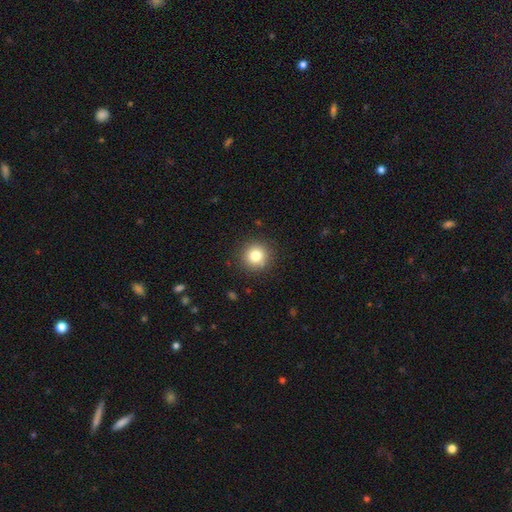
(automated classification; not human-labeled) A smooth galaxy with no disk features (81%) that is round (94%).

Vote fractions:
- Smooth or featured? smooth: 81% / star or artifact: 11% / featured or disk: 8%
- How rounded? round: 94% / in between: 5% / cigar-shaped: 1%
- Merging? none: 89% / minor disturbance: 7% / major disturbance: 2% / merger: 1%